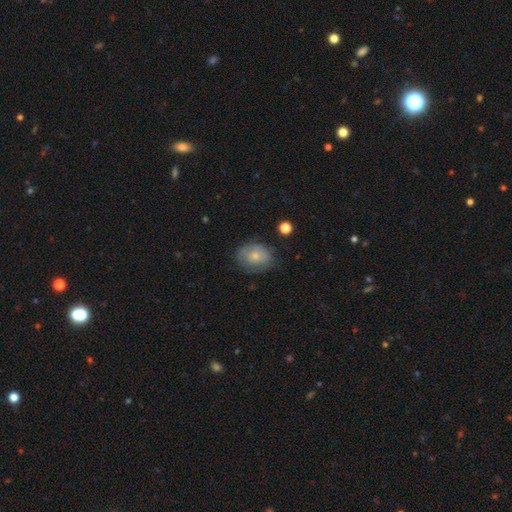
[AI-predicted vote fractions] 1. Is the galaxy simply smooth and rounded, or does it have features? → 66% smooth, 26% featured or disk, 8% star or artifact.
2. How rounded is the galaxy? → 53% round, 46% in between, 1% cigar-shaped.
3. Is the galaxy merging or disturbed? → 68% none, 23% minor disturbance, 7% major disturbance, 2% merger.